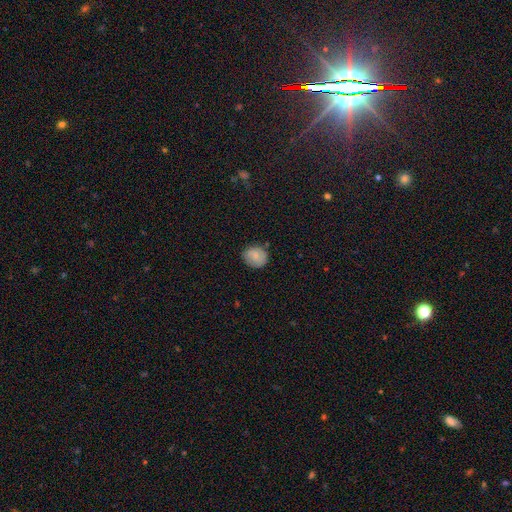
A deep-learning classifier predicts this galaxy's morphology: Smooth or featured? smooth (75%)
How rounded? round (78%)
Merging? none (78%)